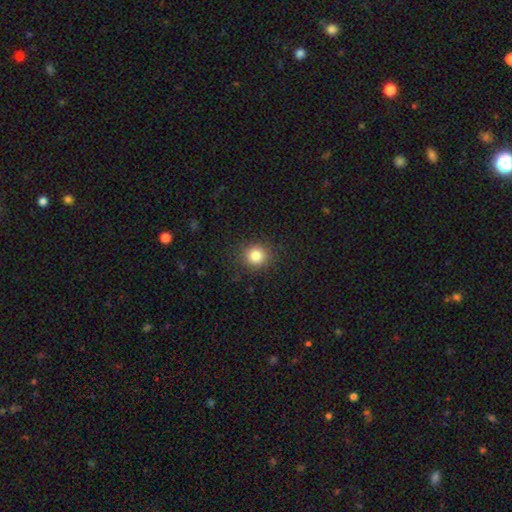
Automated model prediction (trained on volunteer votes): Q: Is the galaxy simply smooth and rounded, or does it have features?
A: smooth — 83%.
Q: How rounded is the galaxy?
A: round — 90%.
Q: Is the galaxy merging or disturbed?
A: none — 89%.